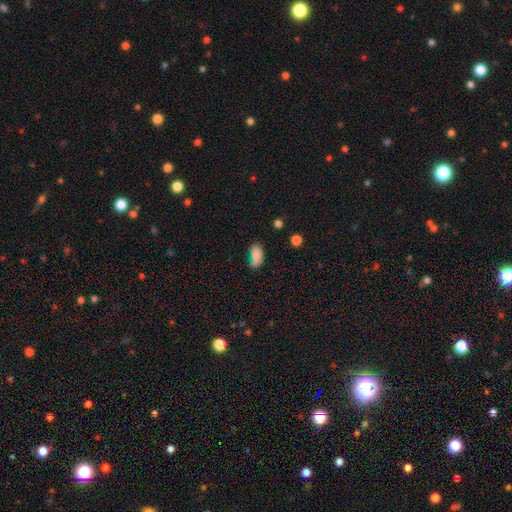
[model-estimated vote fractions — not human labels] The model was most divided on "merging": none: 43%, minor disturbance: 28%, major disturbance: 18%, merger: 11%. More confident: how rounded — in between (91%); smooth or featured — smooth (79%).